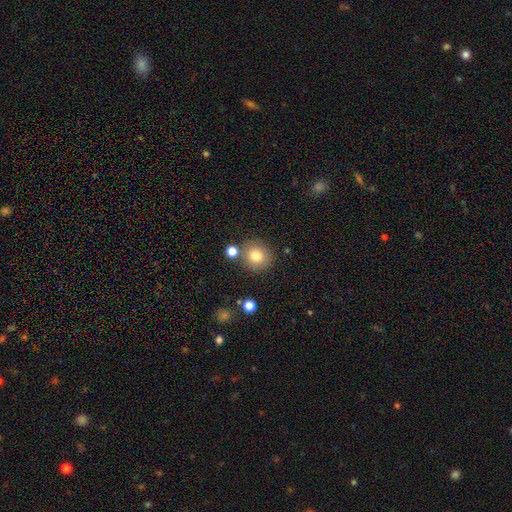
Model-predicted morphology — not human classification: Smooth or featured?
  - smooth: 79% *
  - star or artifact: 12%
  - featured or disk: 9%
How rounded?
  - round: 90% *
  - in between: 9%
  - cigar-shaped: 1%
Merging?
  - none: 79% *
  - minor disturbance: 9%
  - merger: 9%
  - major disturbance: 3%